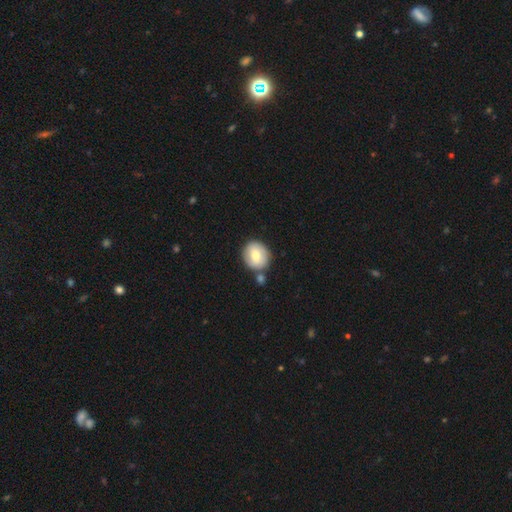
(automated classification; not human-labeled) Q: Smooth or featured?
A: smooth (69%); runner-up: featured or disk (24%)
Q: How rounded?
A: round (81%); runner-up: in between (18%)
Q: Merging?
A: none (67%); runner-up: merger (17%)